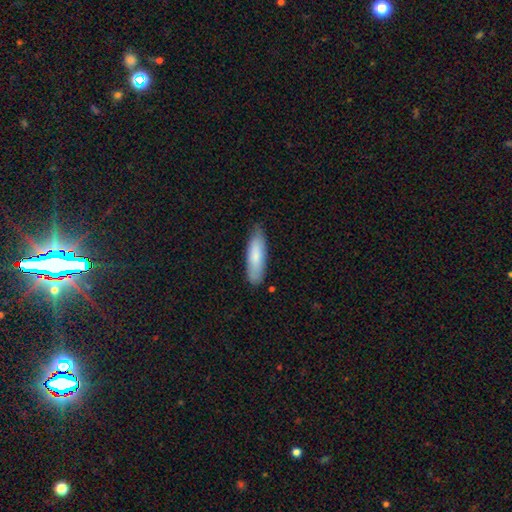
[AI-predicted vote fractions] Overall: smooth (81%). How rounded: cigar-shaped (58%; in between 40%). Merging: none (79%).